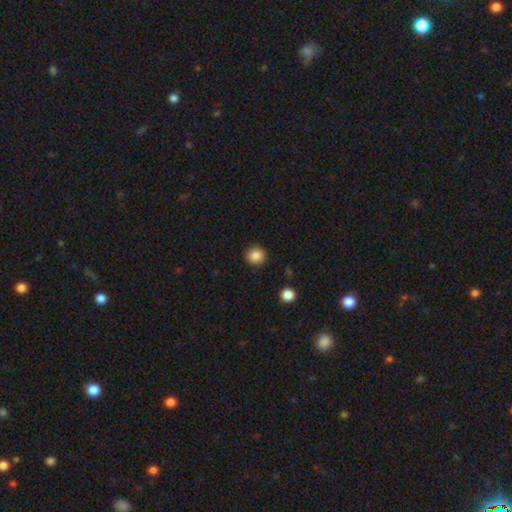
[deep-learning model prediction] A smooth galaxy with no disk features (87%) that is round (93%). Merging: none (91%).